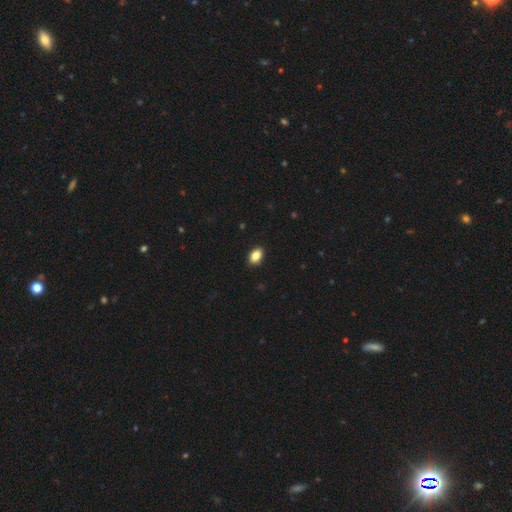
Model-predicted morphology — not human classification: This appears to be a smooth galaxy with no disk features (87%) that is in between round and cigar-shaped (85%). Merging: none (89%).